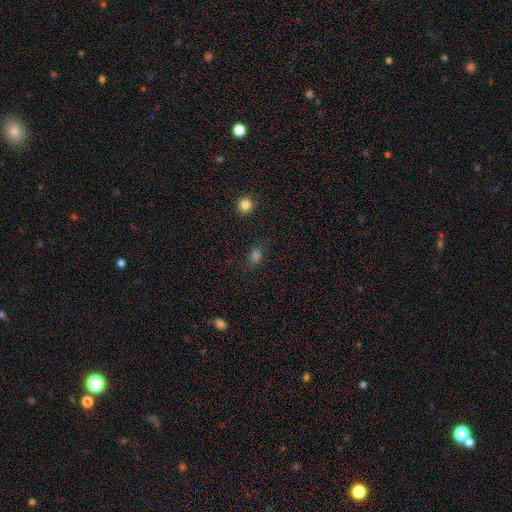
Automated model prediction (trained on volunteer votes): Overall: smooth (74%). How rounded: in between (55%; round 43%). Merging: none (80%).